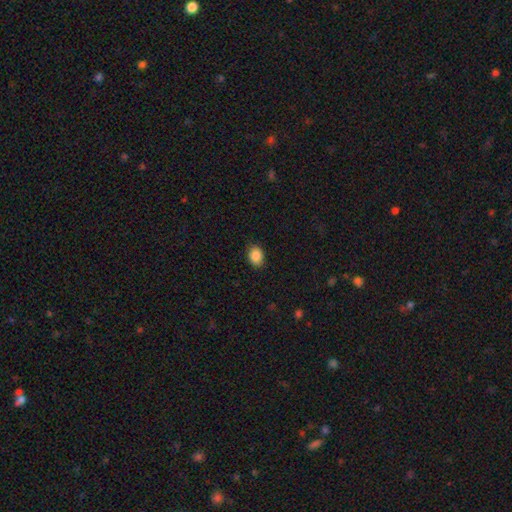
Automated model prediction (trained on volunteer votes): Smooth or featured? smooth (88%)
How rounded? in between (66%)
Merging? none (87%)